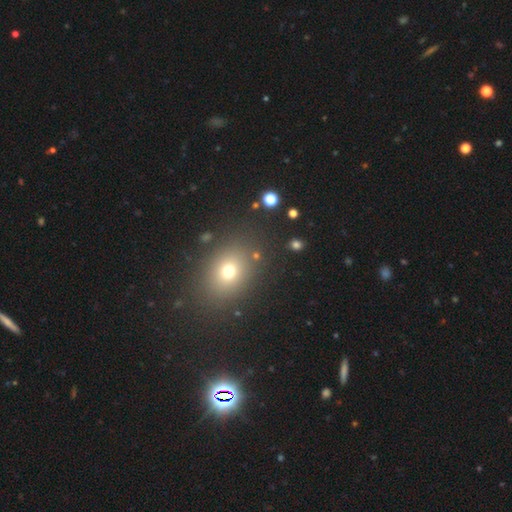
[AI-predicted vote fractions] smooth_or_featured: smooth (p=0.68) [alt: star or artifact p=0.22]
how_rounded: in between (p=0.52) [alt: round p=0.47]
merging: none (p=0.85) [alt: minor disturbance p=0.08]